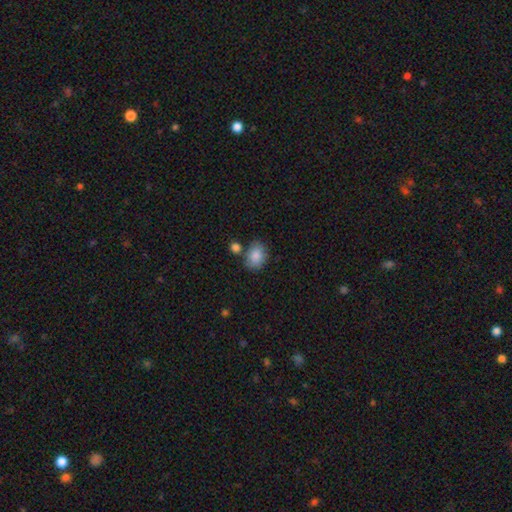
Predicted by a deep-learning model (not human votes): The model was most divided on "how rounded": in between: 72%, round: 27%, cigar-shaped: 1%. More confident: smooth or featured — smooth (85%); merging — none (65%).